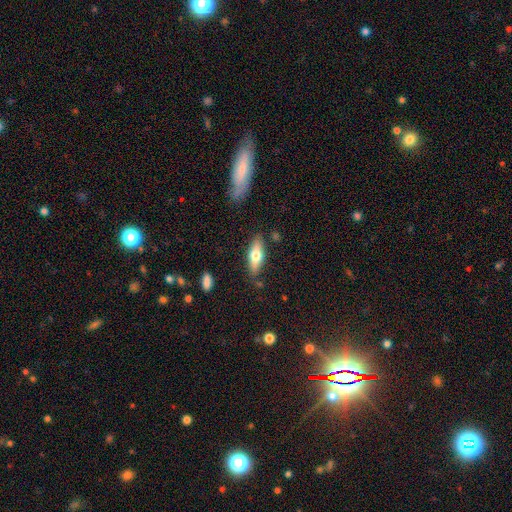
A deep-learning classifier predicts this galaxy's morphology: This appears to be a smooth galaxy with no disk features (62%) that is in between round and cigar-shaped (61%). Merging: none (80%).